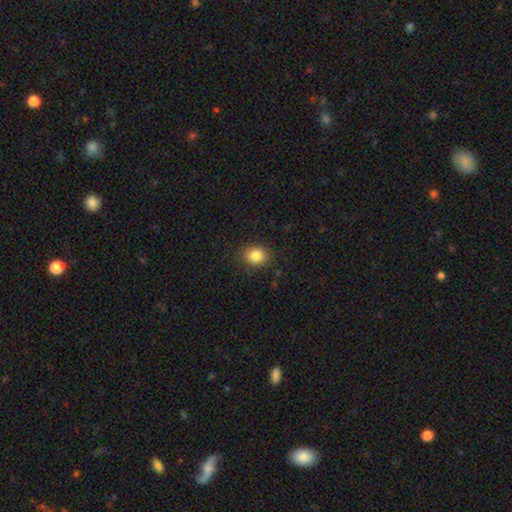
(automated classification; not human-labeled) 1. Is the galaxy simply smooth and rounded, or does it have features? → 84% smooth, 10% star or artifact, 6% featured or disk.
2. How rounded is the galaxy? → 55% round, 44% in between, 1% cigar-shaped.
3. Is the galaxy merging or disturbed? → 87% none, 9% minor disturbance, 3% major disturbance, 1% merger.